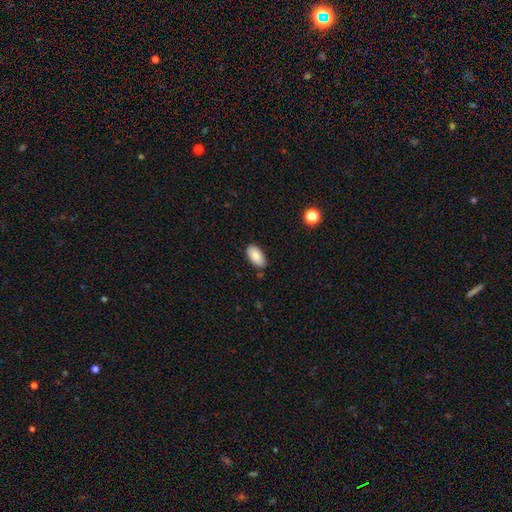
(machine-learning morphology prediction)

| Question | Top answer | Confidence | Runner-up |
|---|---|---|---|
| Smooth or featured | smooth | 86% | star or artifact (7%) |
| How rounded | in between | 95% | round (3%) |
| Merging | none | 82% | minor disturbance (14%) |